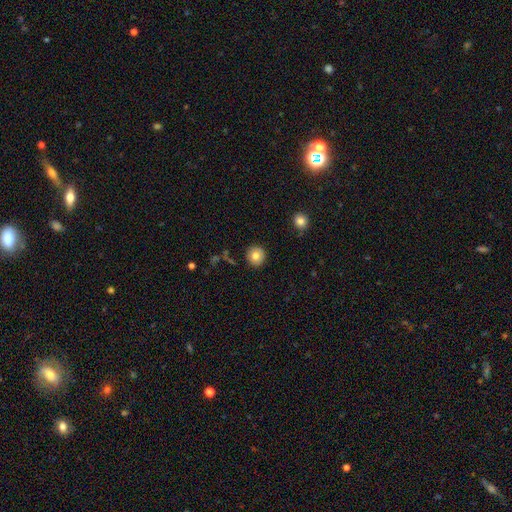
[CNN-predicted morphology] Q: Smooth or featured?
A: smooth (80%); runner-up: featured or disk (11%)
Q: How rounded?
A: round (93%); runner-up: in between (6%)
Q: Merging?
A: none (91%); runner-up: minor disturbance (6%)